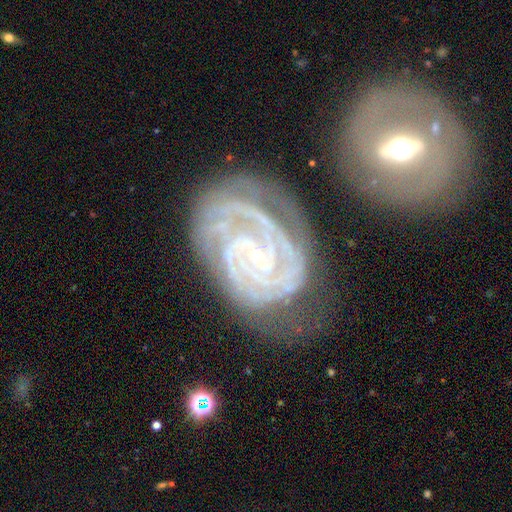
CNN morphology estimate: Overall: featured or disk (91%). Edge-on disk: no (98%). Bar: no (61%; weak 26%). Spiral arms: yes (98%). Spiral arm count: 3 (32%; 2 28%). Spiral winding: tight (80%). Bulge size: small (85%). Merging: none (59%; minor disturbance 23%).